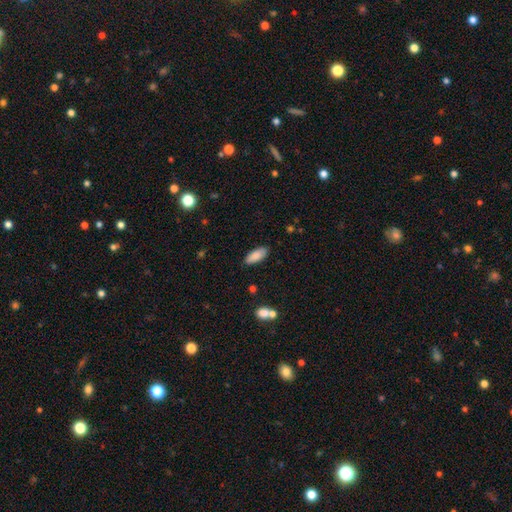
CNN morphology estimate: type=smooth (86%); roundness=in between (79%); merging=none (86%).